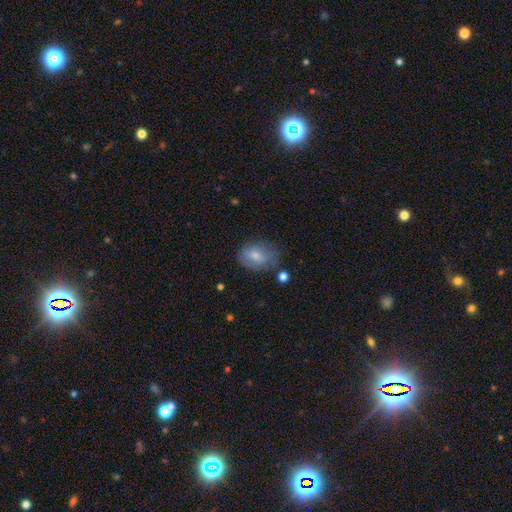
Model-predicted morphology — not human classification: This appears to be a smooth galaxy with no disk features (74%) that is in between round and cigar-shaped (73%). Merging: none (59%).